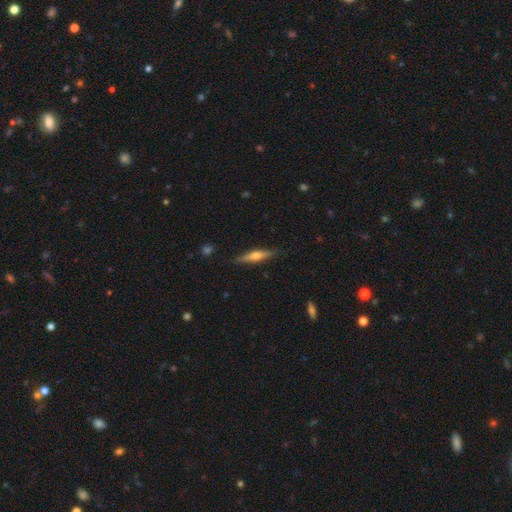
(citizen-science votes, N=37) A featured or disk galaxy (54%) viewed edge-on (95%) with a rounded central bulge (95%). Merging: none (83%).